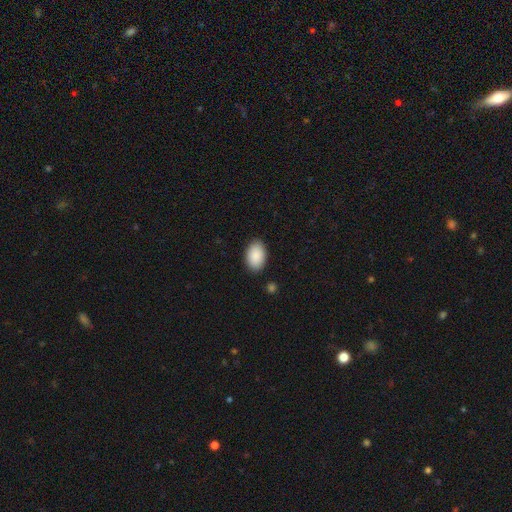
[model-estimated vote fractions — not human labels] A smooth galaxy with no disk features (90%) that is in between round and cigar-shaped (92%). Merging: none (87%).